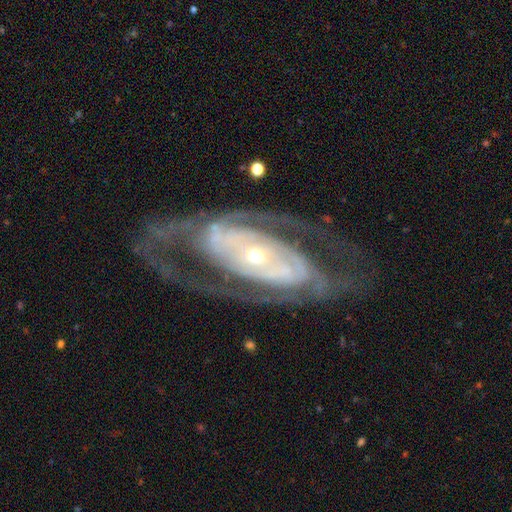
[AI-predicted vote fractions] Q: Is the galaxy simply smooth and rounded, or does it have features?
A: featured or disk — 88%.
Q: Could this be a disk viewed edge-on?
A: no — 92%.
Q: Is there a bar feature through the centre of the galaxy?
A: no — 59%.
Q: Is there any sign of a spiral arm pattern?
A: yes — 85%.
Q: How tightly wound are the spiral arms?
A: tight — 48%.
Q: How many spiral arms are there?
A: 2 — 67%.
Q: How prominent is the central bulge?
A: small — 60%.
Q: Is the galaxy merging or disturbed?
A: none — 68%.